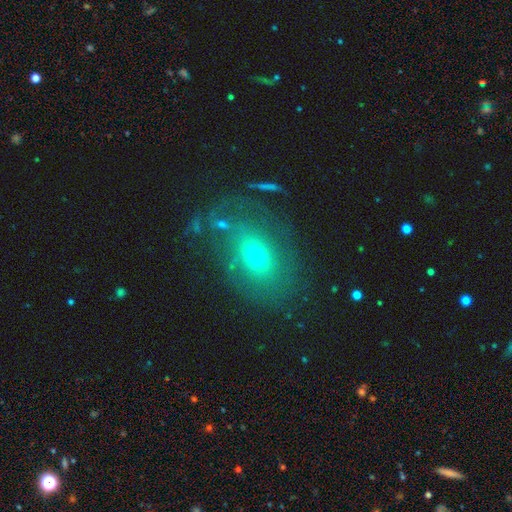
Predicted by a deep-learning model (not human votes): smooth_or_featured: smooth (p=0.45) [alt: featured or disk p=0.40]
merging: none (p=0.63) [alt: minor disturbance p=0.18]